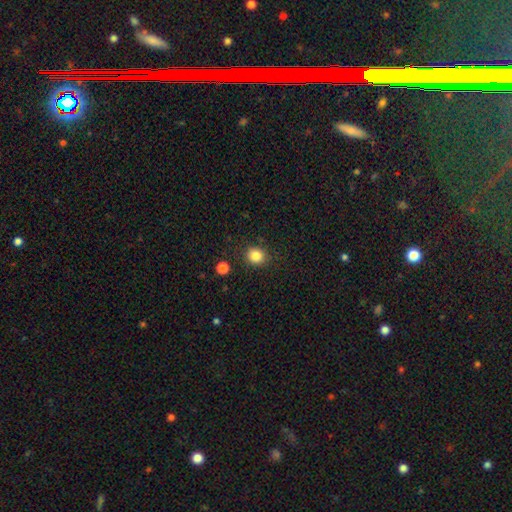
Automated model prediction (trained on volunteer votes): A smooth galaxy with no disk features (84%) that is round (83%). Merging: none (87%).